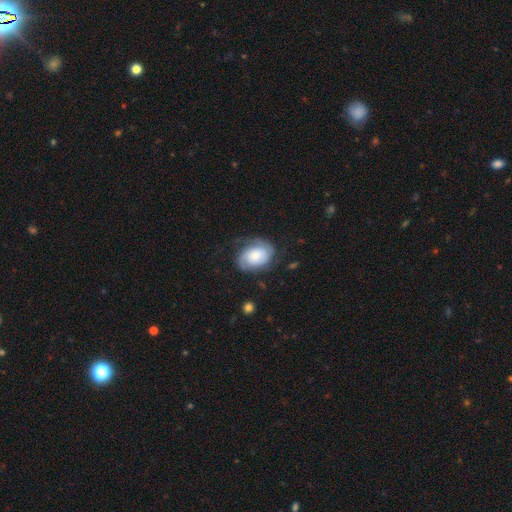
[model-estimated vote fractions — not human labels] Smooth or featured? Predicted: featured or disk (p=0.58). Edge-on disk? Predicted: no (p=0.97). Bar? Predicted: no (p=0.74). Spiral arms? Predicted: yes (p=0.87). Bulge size? Predicted: moderate (p=0.42). Merging? Predicted: none (p=0.64).